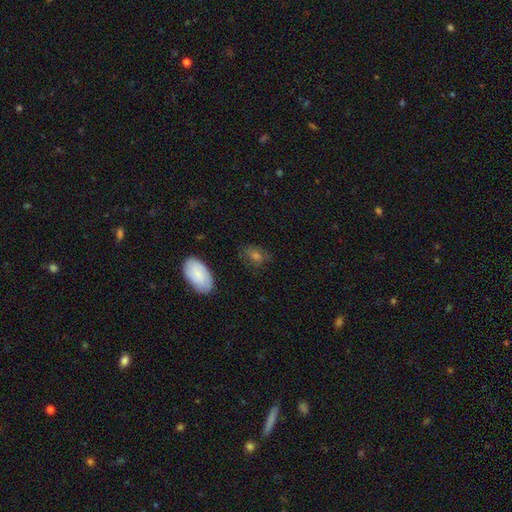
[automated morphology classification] A smooth galaxy with no disk features (64%) that is in between round and cigar-shaped (73%).

Vote fractions:
- Smooth or featured? smooth: 64% / featured or disk: 20% / star or artifact: 16%
- How rounded? in between: 73% / round: 23% / cigar-shaped: 3%
- Merging? none: 73% / minor disturbance: 18% / major disturbance: 6% / merger: 2%